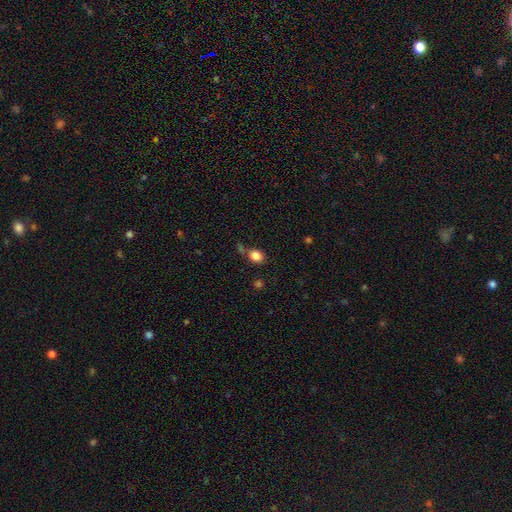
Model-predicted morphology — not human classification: smooth_or_featured: smooth (p=0.85) [alt: star or artifact p=0.10]
how_rounded: round (p=0.53) [alt: in between p=0.46]
merging: none (p=0.66) [alt: minor disturbance p=0.15]